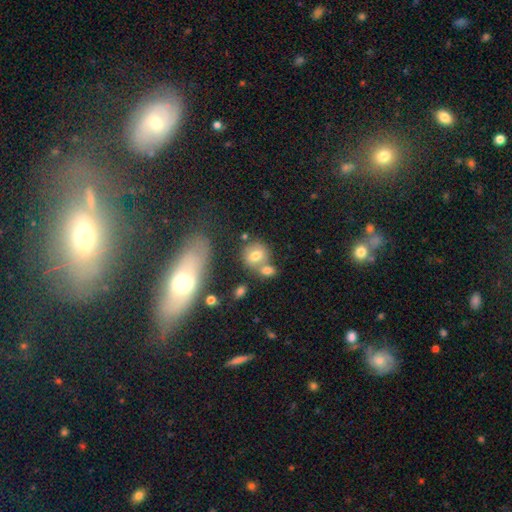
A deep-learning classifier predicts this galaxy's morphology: Q: Smooth or featured?
A: smooth (69%); runner-up: featured or disk (19%)
Q: How rounded?
A: round (67%); runner-up: in between (31%)
Q: Merging?
A: none (51%); runner-up: merger (31%)